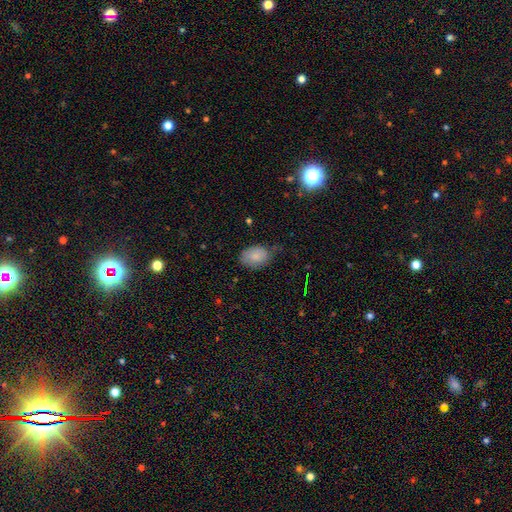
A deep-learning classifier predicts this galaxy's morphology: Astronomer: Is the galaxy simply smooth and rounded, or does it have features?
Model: smooth — 83%.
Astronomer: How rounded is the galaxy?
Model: in between — 83%.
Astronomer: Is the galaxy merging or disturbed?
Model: none — 62%.